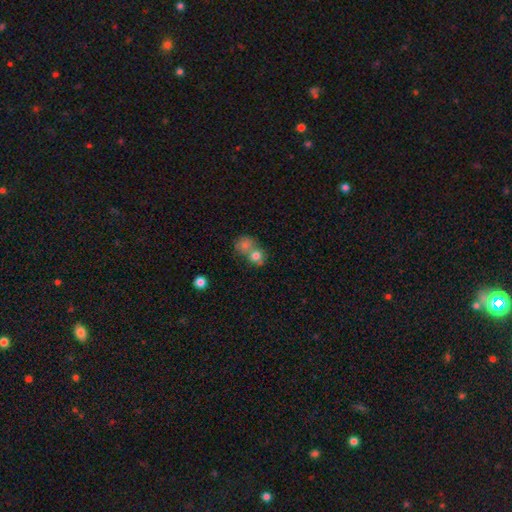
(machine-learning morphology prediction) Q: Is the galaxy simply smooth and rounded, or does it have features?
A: smooth — 76%.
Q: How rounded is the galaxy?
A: round — 77%.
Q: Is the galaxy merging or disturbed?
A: merger — 58%.